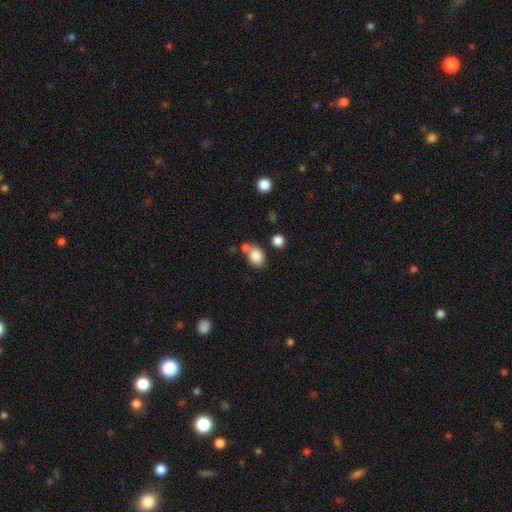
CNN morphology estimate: This is clearly a smooth galaxy (85%). How rounded: possibly in between (53%). Merging: possibly none (55%).